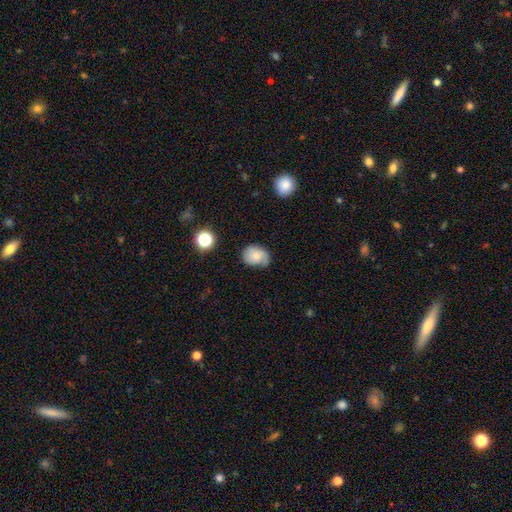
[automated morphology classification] Smooth or featured? smooth (55%)
How rounded? in between (52%)
Merging? none (59%)